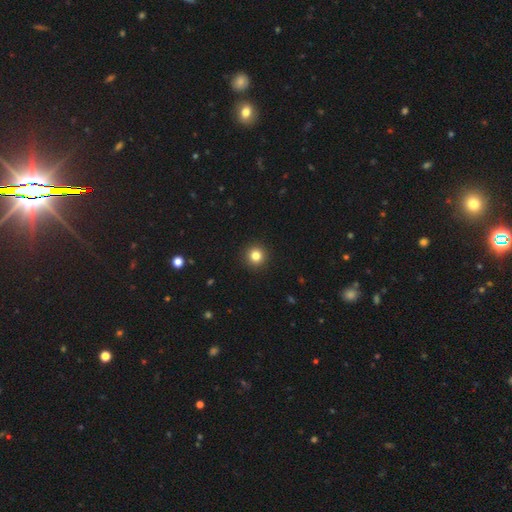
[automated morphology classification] This is clearly a smooth galaxy (82%). How rounded: clearly round (95%). Merging: clearly none (94%).